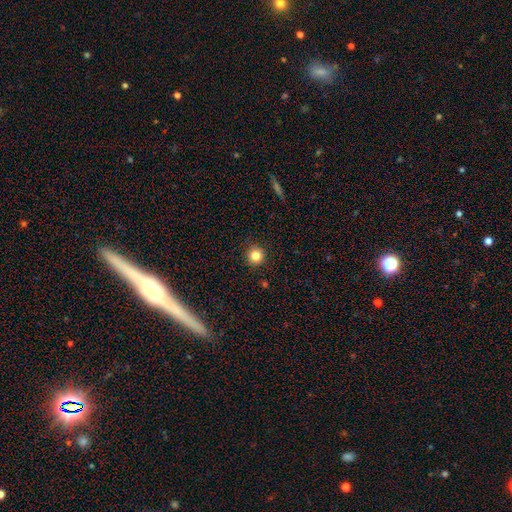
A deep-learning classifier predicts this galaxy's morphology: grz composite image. It shows a smooth galaxy with no disk features (83%) that is round (94%). Merging: none (91%).